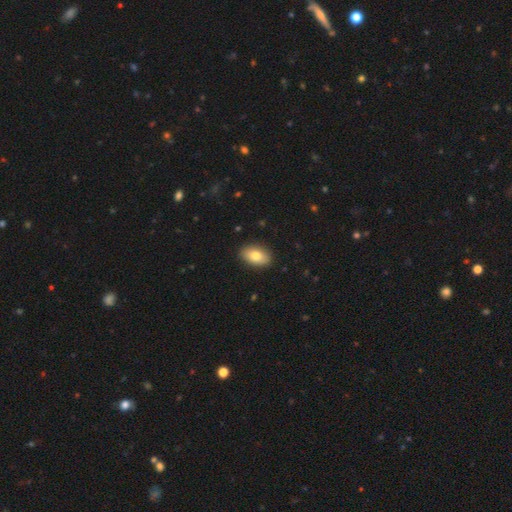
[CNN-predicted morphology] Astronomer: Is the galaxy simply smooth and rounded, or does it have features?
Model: smooth — 79%.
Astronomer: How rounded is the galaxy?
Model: in between — 91%.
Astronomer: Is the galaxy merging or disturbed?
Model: none — 89%.